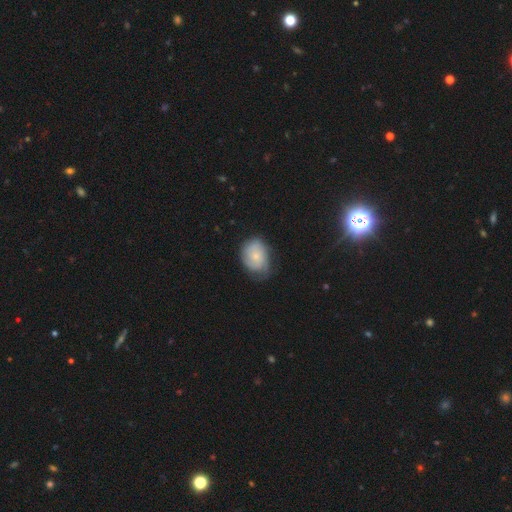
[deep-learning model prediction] smooth_or_featured: smooth (p=0.56) [alt: featured or disk p=0.37]
how_rounded: in between (p=0.63) [alt: round p=0.36]
merging: none (p=0.55) [alt: minor disturbance p=0.33]